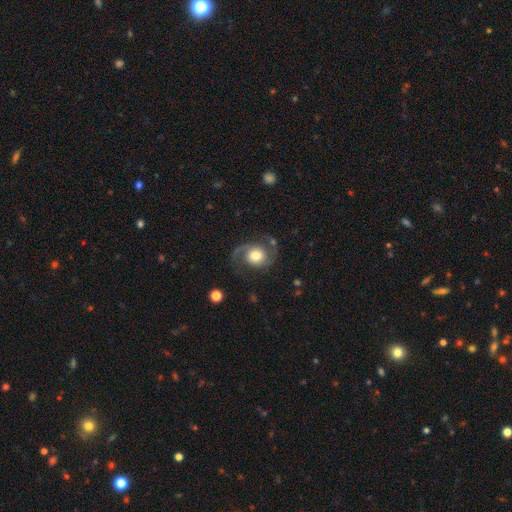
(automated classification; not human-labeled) Smooth or featured?
  - featured or disk: 79% *
  - smooth: 15%
  - star or artifact: 7%
Edge-on disk?
  - no: 98% *
  - yes: 2%
Bar?
  - no: 74% *
  - weak: 22%
  - strong: 4%
Spiral arms?
  - yes: 95% *
  - no: 5%
Spiral winding?
  - medium: 49% *
  - loose: 38%
  - tight: 14%
Spiral arm count?
  - 2: 90% *
  - 1: 5%
  - can't tell: 2%
  - 3: 1%
  - 4: 1%
  - more than 4: 1%
Bulge size?
  - moderate: 50% *
  - large: 34%
  - small: 8%
  - dominant: 6%
  - none: 2%
Merging?
  - none: 72% *
  - minor disturbance: 15%
  - major disturbance: 11%
  - merger: 2%